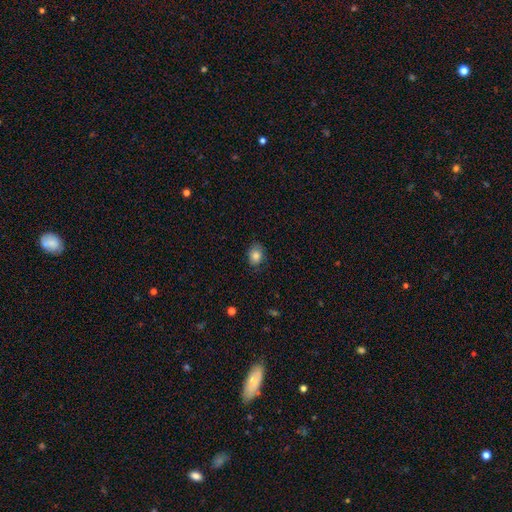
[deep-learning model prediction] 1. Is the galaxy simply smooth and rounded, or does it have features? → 82% smooth, 10% featured or disk, 8% star or artifact.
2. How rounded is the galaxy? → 68% in between, 31% round, 1% cigar-shaped.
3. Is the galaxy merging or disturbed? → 73% none, 21% minor disturbance, 5% major disturbance, 1% merger.